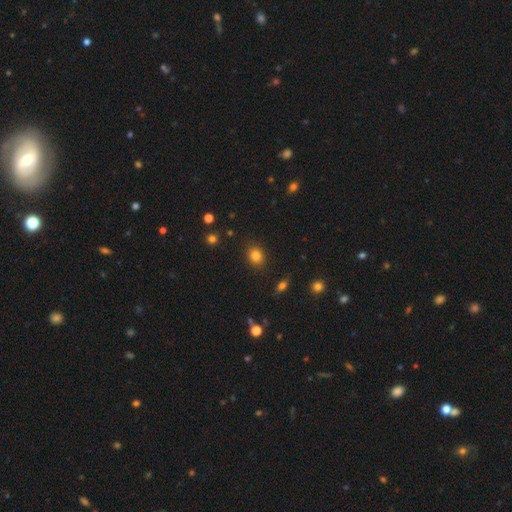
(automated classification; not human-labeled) Smooth or featured? Predicted: smooth (p=0.83). How rounded? Predicted: round (p=0.67). Merging? Predicted: none (p=0.89).